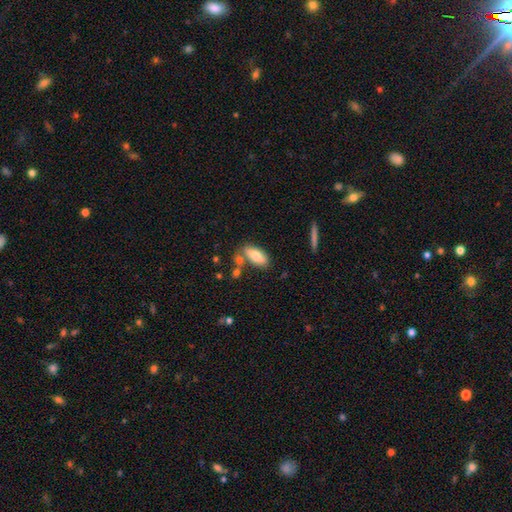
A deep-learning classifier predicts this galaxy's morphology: Smooth or featured: smooth — 79% (featured or disk — 14%)
How rounded: in between — 84% (cigar-shaped — 14%)
Merging: none — 66% (merger — 15%)